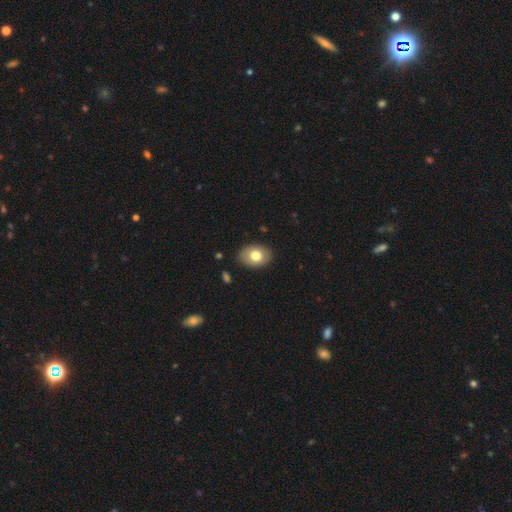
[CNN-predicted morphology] A smooth galaxy with no disk features (77%) that is in between round and cigar-shaped (75%). Merging: none (83%).